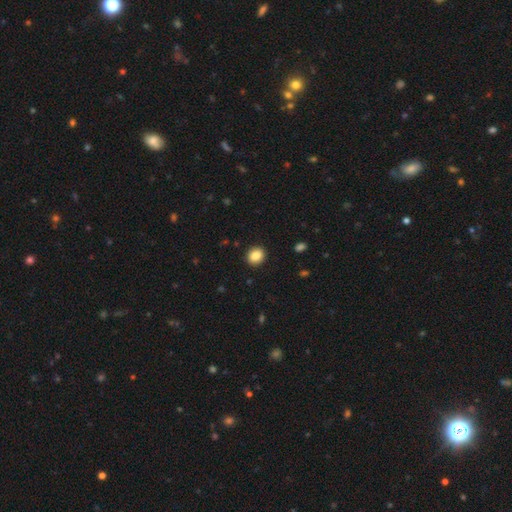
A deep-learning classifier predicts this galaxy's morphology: A smooth galaxy with no disk features (87%) that is round (69%).

Vote fractions:
- Smooth or featured? smooth: 87% / star or artifact: 9% / featured or disk: 4%
- How rounded? round: 69% / in between: 30% / cigar-shaped: 1%
- Merging? none: 91% / minor disturbance: 6% / major disturbance: 2% / merger: 1%